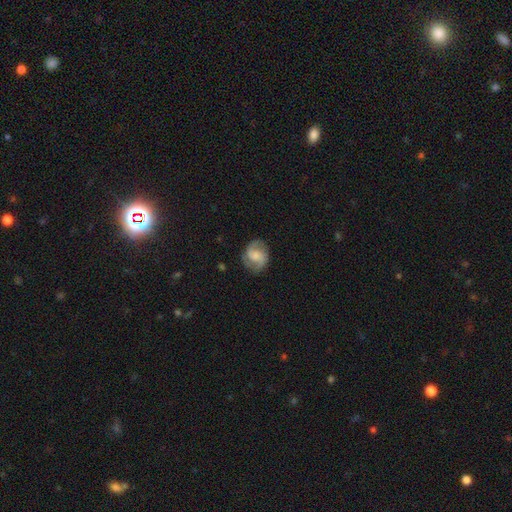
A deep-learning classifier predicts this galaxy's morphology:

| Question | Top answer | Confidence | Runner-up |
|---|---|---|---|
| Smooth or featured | featured or disk | 68% | smooth (25%) |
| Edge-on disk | no | 98% | yes (2%) |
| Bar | no | 50% | weak (40%) |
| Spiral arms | yes | 93% | no (7%) |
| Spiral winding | medium | 50% | tight (30%) |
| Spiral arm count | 2 | 79% | can't tell (8%) |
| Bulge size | moderate | 31% | small (27%) |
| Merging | none | 76% | minor disturbance (16%) |